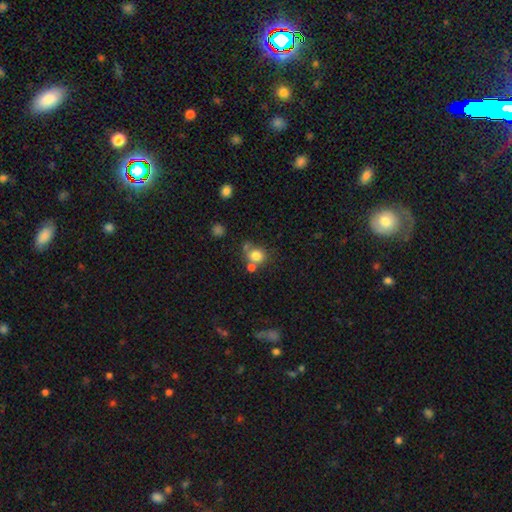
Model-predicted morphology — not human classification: This appears to be a smooth galaxy with no disk features (79%) that is round (75%). Merging: none (53%).